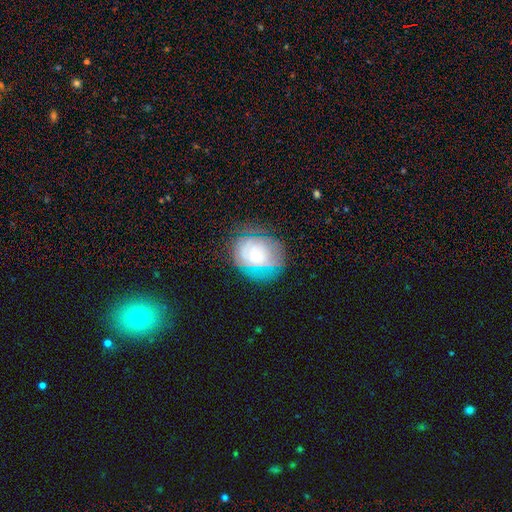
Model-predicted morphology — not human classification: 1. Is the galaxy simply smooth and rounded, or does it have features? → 51% featured or disk, 39% smooth, 10% star or artifact.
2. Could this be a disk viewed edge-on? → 95% no, 5% yes.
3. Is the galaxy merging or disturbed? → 68% none, 21% minor disturbance, 10% major disturbance, 2% merger.